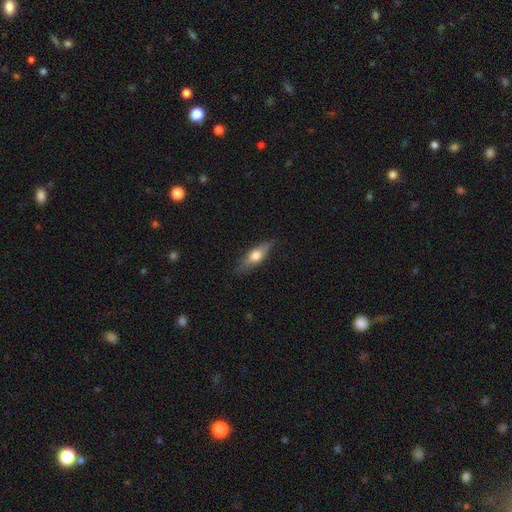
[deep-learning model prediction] This is possibly a smooth galaxy (57%). How rounded: possibly in between (50%). Merging: likely none (80%).